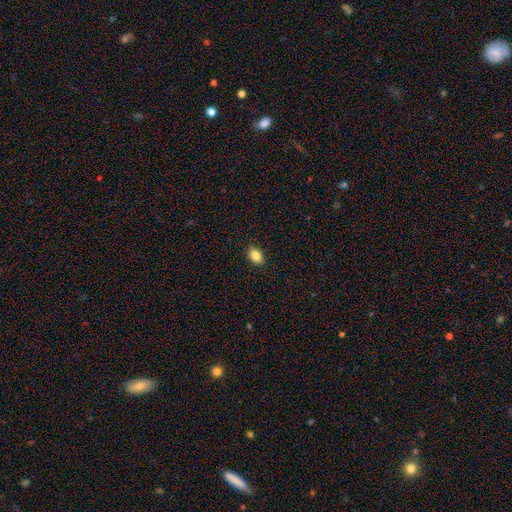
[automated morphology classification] Smooth or featured? smooth (85%)
How rounded? in between (81%)
Merging? none (90%)